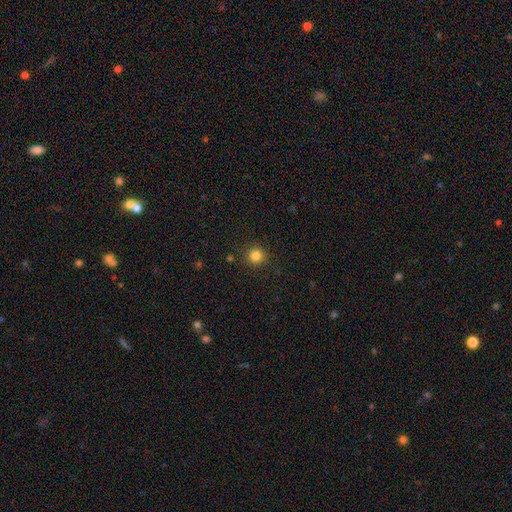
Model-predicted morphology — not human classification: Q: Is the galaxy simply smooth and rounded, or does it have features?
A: smooth — 83%.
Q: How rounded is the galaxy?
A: round — 93%.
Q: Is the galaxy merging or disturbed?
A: none — 90%.